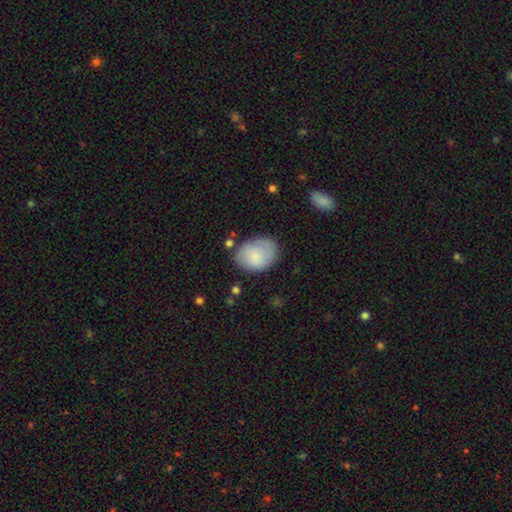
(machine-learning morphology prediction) Overall: smooth (76%). How rounded: in between (72%). Merging: none (70%).